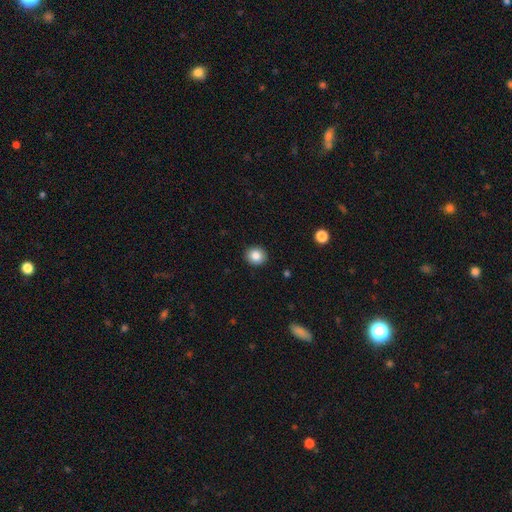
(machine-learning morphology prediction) Smooth or featured? Predicted: smooth (p=0.85). How rounded? Predicted: round (p=0.82). Merging? Predicted: none (p=0.91).